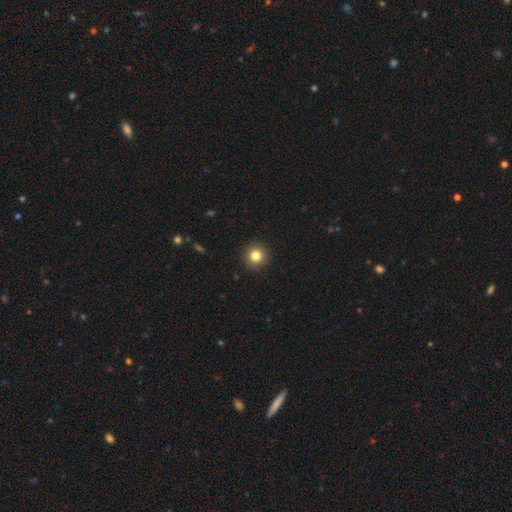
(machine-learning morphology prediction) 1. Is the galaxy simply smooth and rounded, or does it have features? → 83% smooth, 11% star or artifact, 6% featured or disk.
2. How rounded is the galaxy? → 95% round, 4% in between, 1% cigar-shaped.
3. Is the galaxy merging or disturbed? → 93% none, 5% minor disturbance, 2% major disturbance, 1% merger.